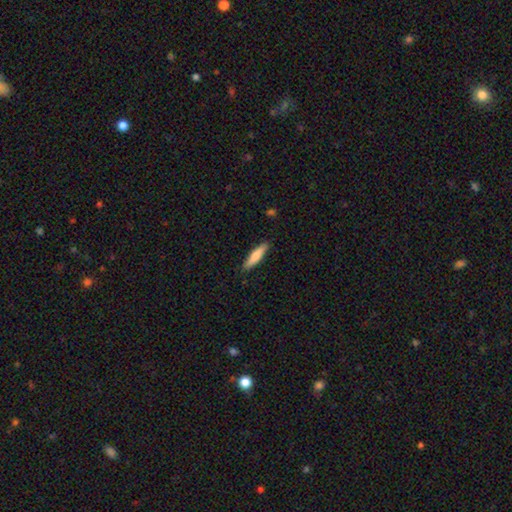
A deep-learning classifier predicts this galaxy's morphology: smooth 77%, featured or disk 17%, star or artifact 5%. Down the decision tree: how rounded — cigar-shaped (78%); merging — none (86%).